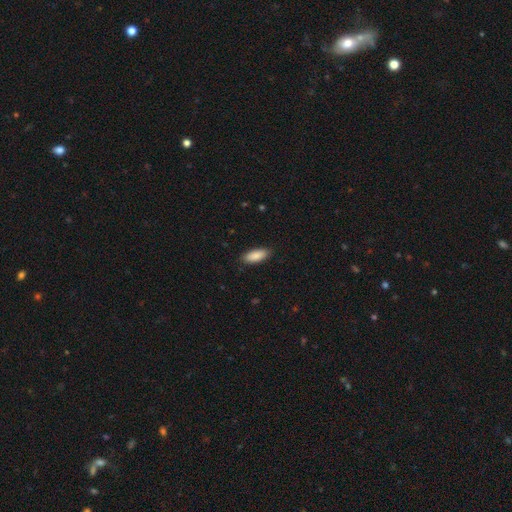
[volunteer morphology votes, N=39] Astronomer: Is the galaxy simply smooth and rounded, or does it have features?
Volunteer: smooth — 92%.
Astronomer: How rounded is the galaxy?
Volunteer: in between — 81%.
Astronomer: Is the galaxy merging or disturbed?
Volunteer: none — 92%.